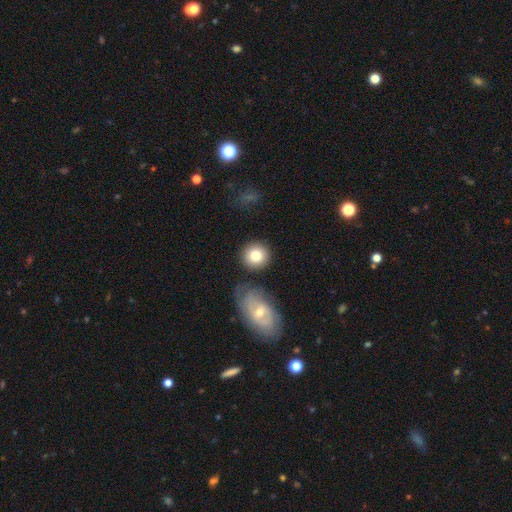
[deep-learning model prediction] smooth-or-featured: smooth: 81% | featured or disk: 12% | star or artifact: 7%
  how-rounded: round: 89% | in between: 10% | cigar-shaped: 1%
  merging: none: 76% | minor disturbance: 11% | merger: 10% | major disturbance: 4%